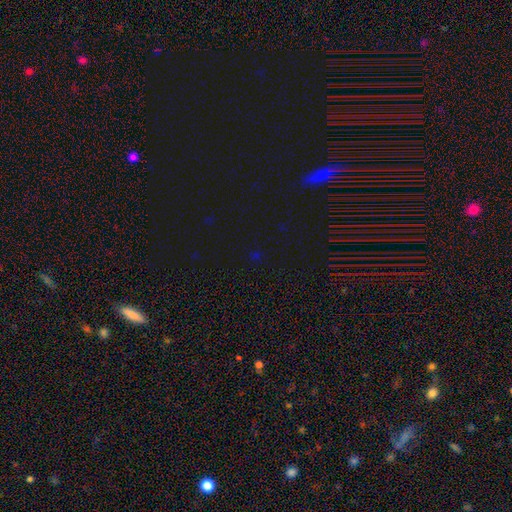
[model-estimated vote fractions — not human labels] Morphology: type=star or artifact (72%).